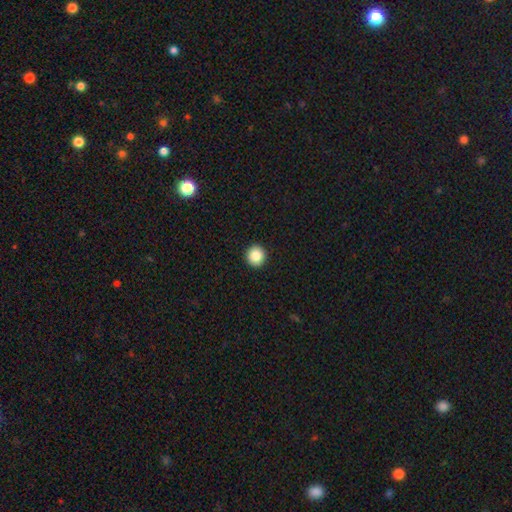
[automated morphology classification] The model was most divided on "smooth or featured": smooth: 86%, star or artifact: 9%, featured or disk: 5%. More confident: merging — none (93%); how rounded — round (92%).